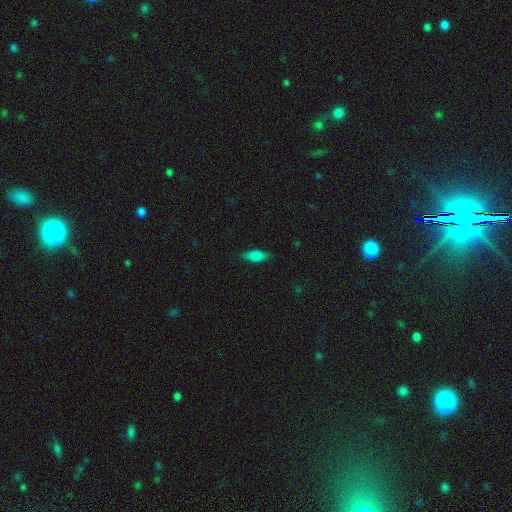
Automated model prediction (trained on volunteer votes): A smooth galaxy with no disk features (73%) that is in between round and cigar-shaped (71%).

Vote fractions:
- Smooth or featured? smooth: 73% / featured or disk: 19% / star or artifact: 8%
- How rounded? in between: 71% / cigar-shaped: 25% / round: 3%
- Merging? none: 85% / minor disturbance: 12% / major disturbance: 2% / merger: 1%